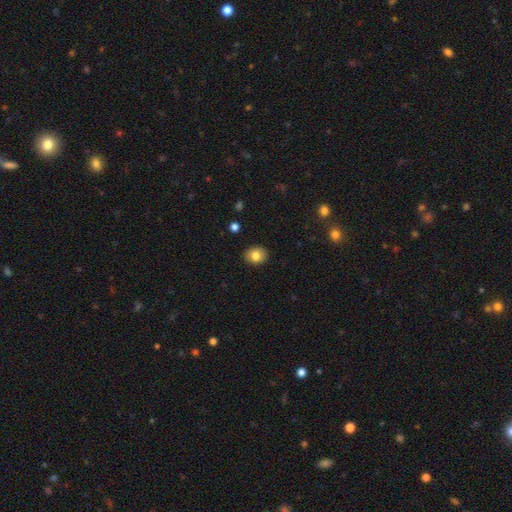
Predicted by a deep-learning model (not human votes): Overall: smooth (80%). How rounded: round (54%; in between 45%). Merging: none (89%).